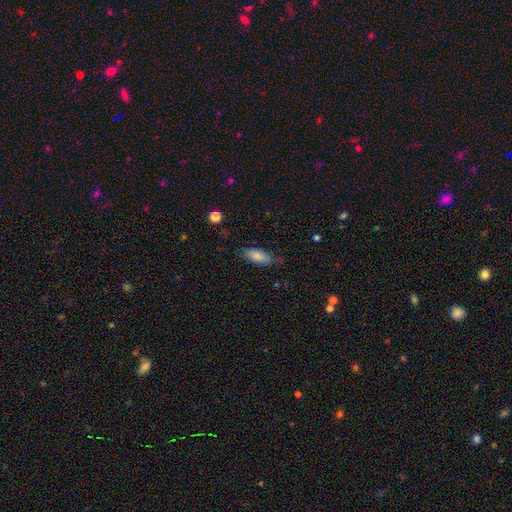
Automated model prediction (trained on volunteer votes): A smooth galaxy with no disk features (69%) that is in between round and cigar-shaped (62%).

Vote fractions:
- Smooth or featured? smooth: 69% / featured or disk: 22% / star or artifact: 9%
- How rounded? in between: 62% / cigar-shaped: 35% / round: 2%
- Merging? none: 73% / minor disturbance: 20% / major disturbance: 5% / merger: 1%